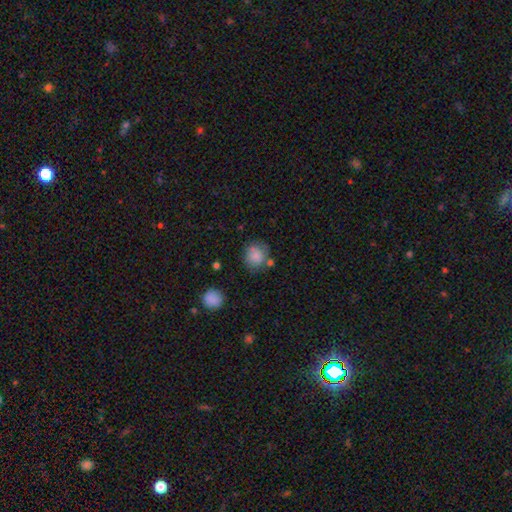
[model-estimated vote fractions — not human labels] smooth-or-featured: smooth: 83% | star or artifact: 9% | featured or disk: 8%
  how-rounded: round: 82% | in between: 17% | cigar-shaped: 1%
  merging: none: 67% | minor disturbance: 18% | merger: 8% | major disturbance: 6%